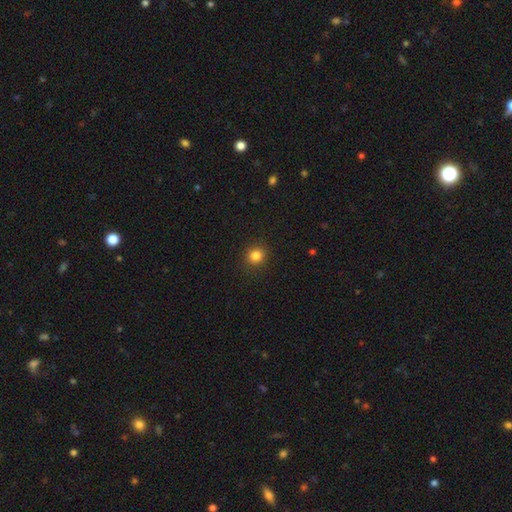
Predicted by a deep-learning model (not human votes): A smooth galaxy with no disk features (84%) that is round (87%).

Vote fractions:
- Smooth or featured? smooth: 84% / star or artifact: 12% / featured or disk: 4%
- How rounded? round: 87% / in between: 12% / cigar-shaped: 1%
- Merging? none: 91% / minor disturbance: 6% / major disturbance: 2% / merger: 1%